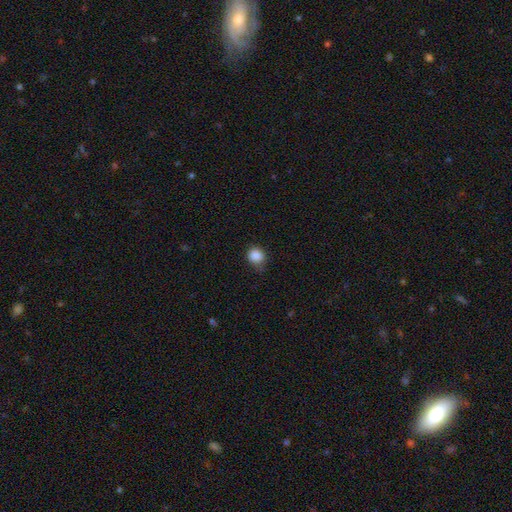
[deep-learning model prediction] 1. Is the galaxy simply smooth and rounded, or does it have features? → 86% smooth, 10% star or artifact, 4% featured or disk.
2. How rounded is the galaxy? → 85% round, 14% in between, 1% cigar-shaped.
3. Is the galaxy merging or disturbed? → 73% none, 22% minor disturbance, 4% major disturbance, 1% merger.